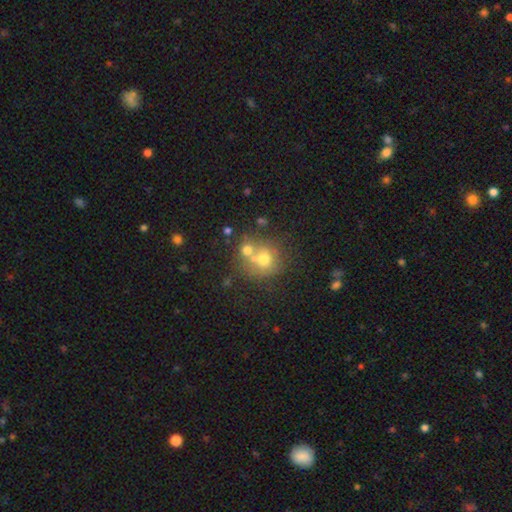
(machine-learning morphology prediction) This is possibly a smooth galaxy (59%). How rounded: clearly round (83%). Merging: possibly none (46%).